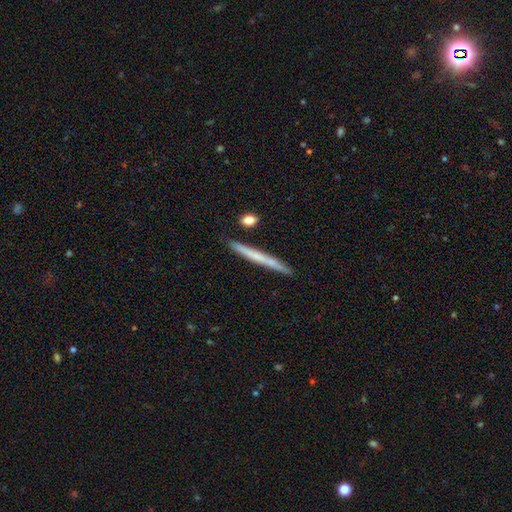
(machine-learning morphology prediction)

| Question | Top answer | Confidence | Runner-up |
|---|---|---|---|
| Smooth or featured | smooth | 51% | featured or disk (43%) |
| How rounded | cigar-shaped | 96% | in between (2%) |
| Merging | none | 87% | minor disturbance (9%) |